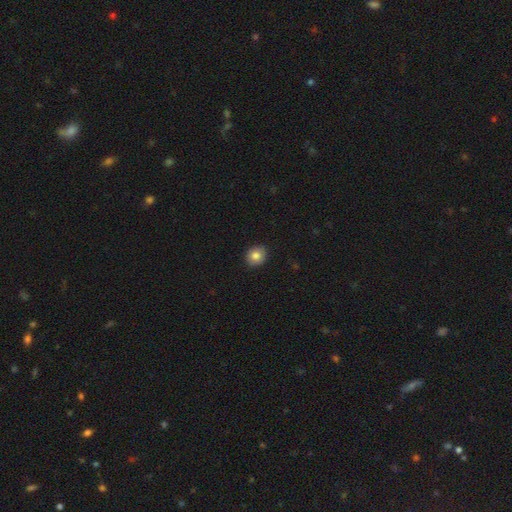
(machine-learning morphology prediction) Smooth or featured: smooth — 84% (star or artifact — 9%)
How rounded: round — 78% (in between — 21%)
Merging: none — 90% (minor disturbance — 7%)